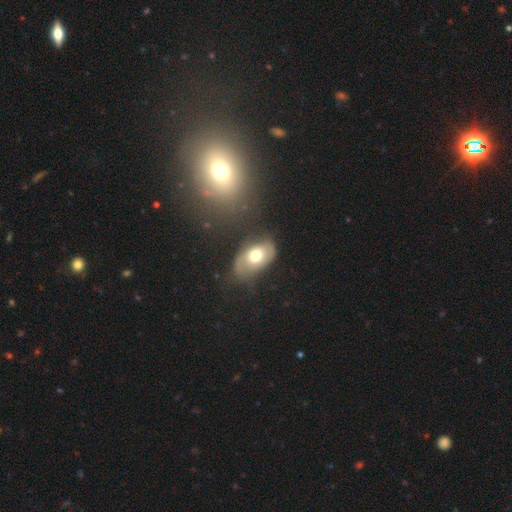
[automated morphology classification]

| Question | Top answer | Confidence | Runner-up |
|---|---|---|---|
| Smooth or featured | smooth | 54% | featured or disk (39%) |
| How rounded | in between | 90% | round (8%) |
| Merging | none | 59% | minor disturbance (27%) |